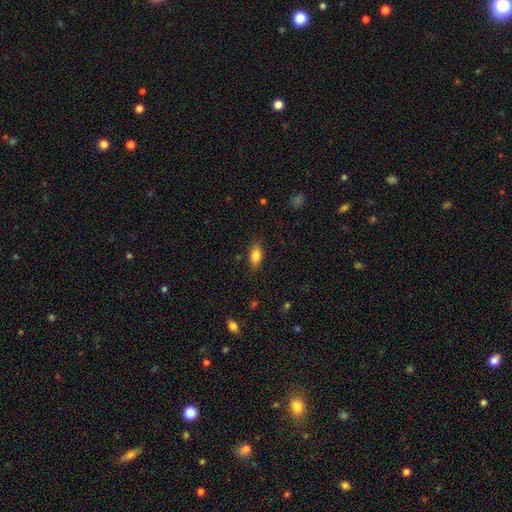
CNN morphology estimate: smooth 82%, featured or disk 11%, star or artifact 8%. Down the decision tree: how rounded — in between (86%); merging — none (82%).